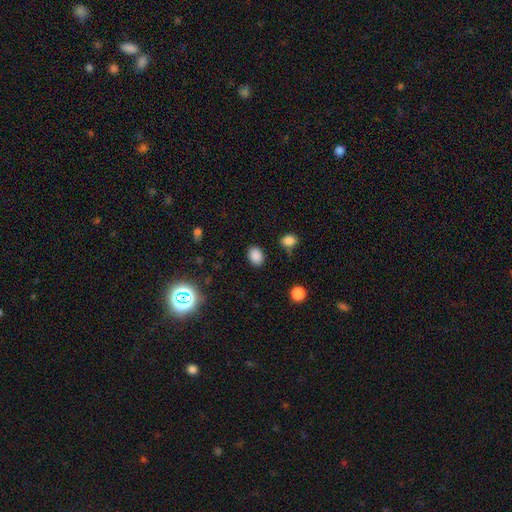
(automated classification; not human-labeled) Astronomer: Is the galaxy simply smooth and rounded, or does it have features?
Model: smooth — 85%.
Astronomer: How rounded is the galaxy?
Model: in between — 68%.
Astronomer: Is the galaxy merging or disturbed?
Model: none — 86%.